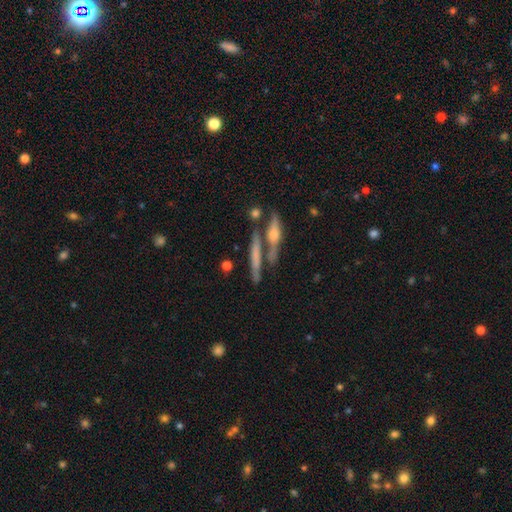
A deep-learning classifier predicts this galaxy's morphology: The model was most divided on "smooth or featured": featured or disk: 48%, smooth: 42%, star or artifact: 10%. More confident: merging — none (61%).